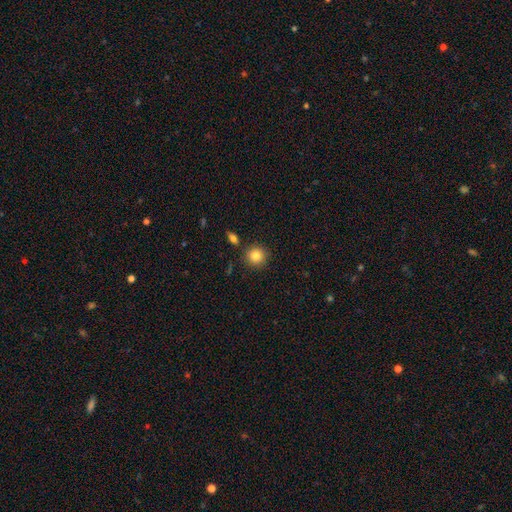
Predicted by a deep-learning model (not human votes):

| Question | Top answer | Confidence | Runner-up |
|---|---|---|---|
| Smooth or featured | smooth | 83% | star or artifact (10%) |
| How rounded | round | 91% | in between (8%) |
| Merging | none | 86% | minor disturbance (7%) |